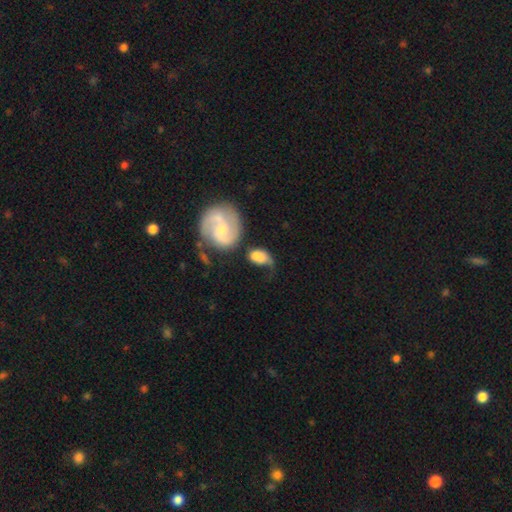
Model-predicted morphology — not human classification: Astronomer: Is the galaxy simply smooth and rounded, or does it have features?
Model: smooth — 60%.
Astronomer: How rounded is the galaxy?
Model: in between — 77%.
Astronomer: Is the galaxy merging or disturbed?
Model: none — 31% (runner-up: minor disturbance, 27%).